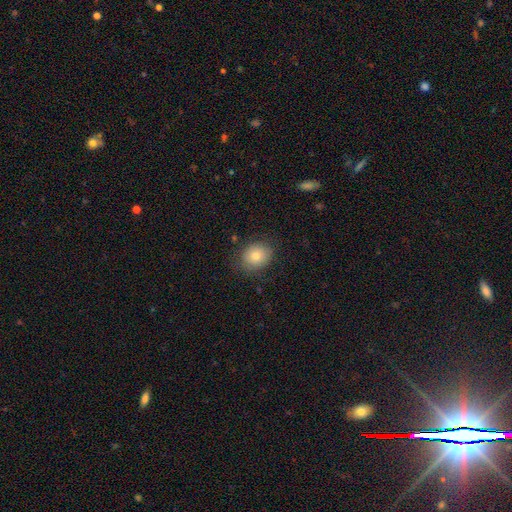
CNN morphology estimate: Smooth or featured?
  - smooth: 78% *
  - featured or disk: 12%
  - star or artifact: 10%
How rounded?
  - round: 59% *
  - in between: 40%
  - cigar-shaped: 1%
Merging?
  - none: 81% *
  - minor disturbance: 14%
  - major disturbance: 4%
  - merger: 1%